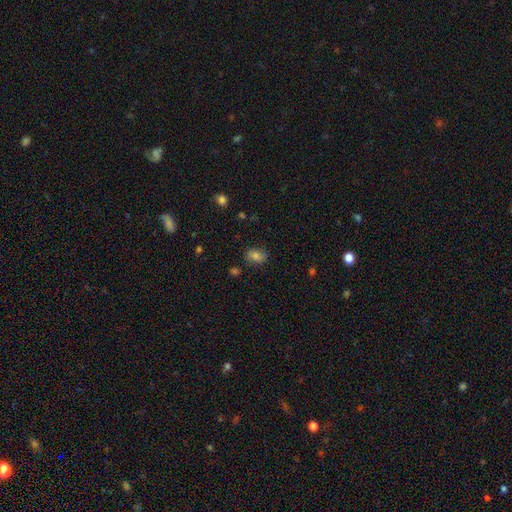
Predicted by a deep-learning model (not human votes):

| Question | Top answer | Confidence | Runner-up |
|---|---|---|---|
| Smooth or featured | smooth | 78% | star or artifact (12%) |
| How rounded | in between | 68% | round (31%) |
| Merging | none | 79% | minor disturbance (14%) |